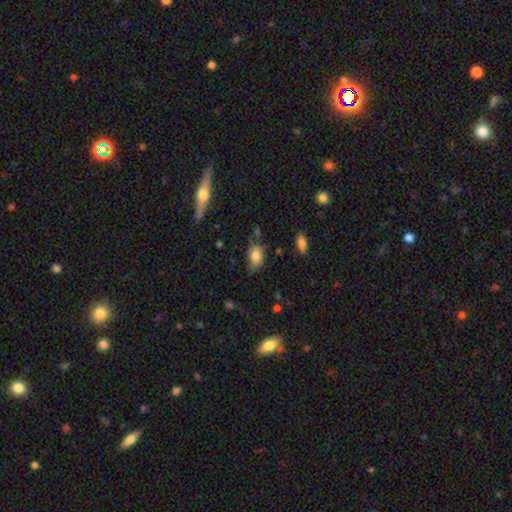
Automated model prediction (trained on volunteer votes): Smooth or featured: smooth — 81% (featured or disk — 11%)
How rounded: in between — 89% (round — 7%)
Merging: none — 62% (minor disturbance — 26%)